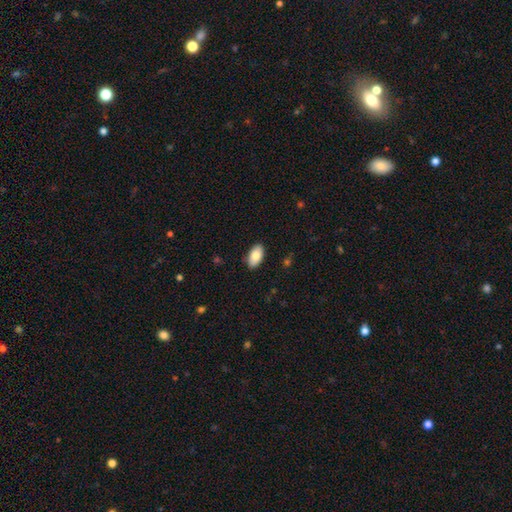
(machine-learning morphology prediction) smooth_or_featured: smooth (p=0.82) [alt: featured or disk p=0.11]
how_rounded: in between (p=0.94) [alt: cigar-shaped p=0.03]
merging: none (p=0.88) [alt: minor disturbance p=0.09]